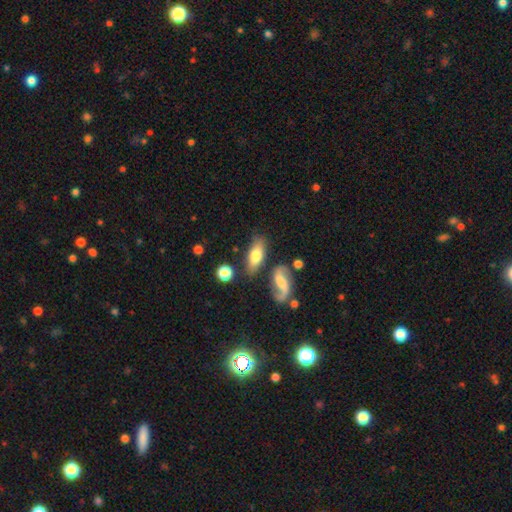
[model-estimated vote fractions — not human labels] Smooth or featured? smooth (66%)
How rounded? in between (77%)
Merging? none (68%)